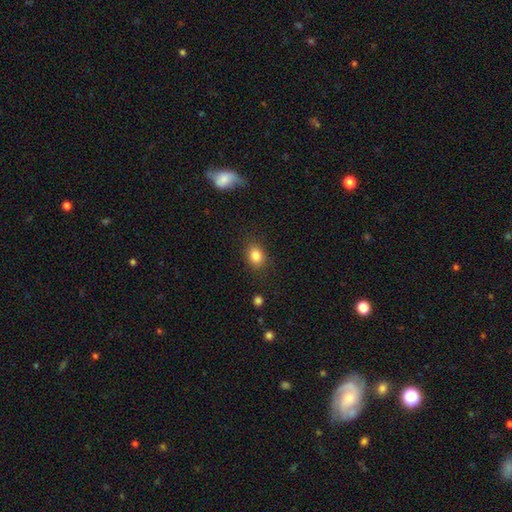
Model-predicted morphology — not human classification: This is clearly a smooth galaxy (84%). How rounded: possibly in between (53%). Merging: clearly none (85%).